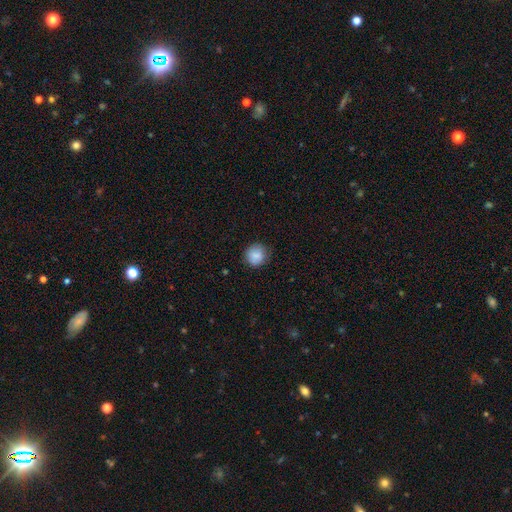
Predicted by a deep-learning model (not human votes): Q: Smooth or featured?
A: smooth (86%); runner-up: star or artifact (8%)
Q: How rounded?
A: round (90%); runner-up: in between (9%)
Q: Merging?
A: none (83%); runner-up: minor disturbance (13%)